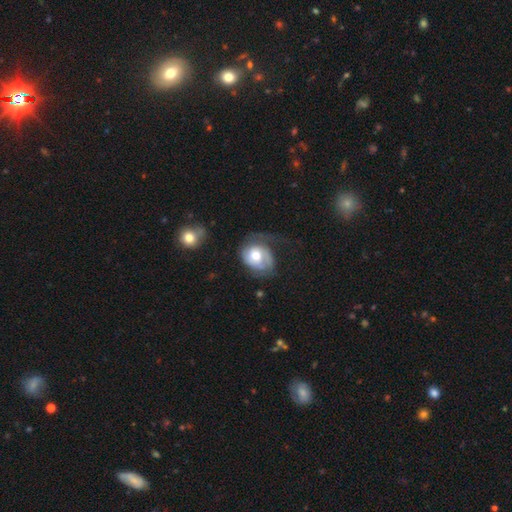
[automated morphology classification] Q: Smooth or featured?
A: featured or disk (51%); runner-up: smooth (42%)
Q: Edge-on disk?
A: no (96%); runner-up: yes (4%)
Q: Merging?
A: major disturbance (38%); runner-up: none (34%)